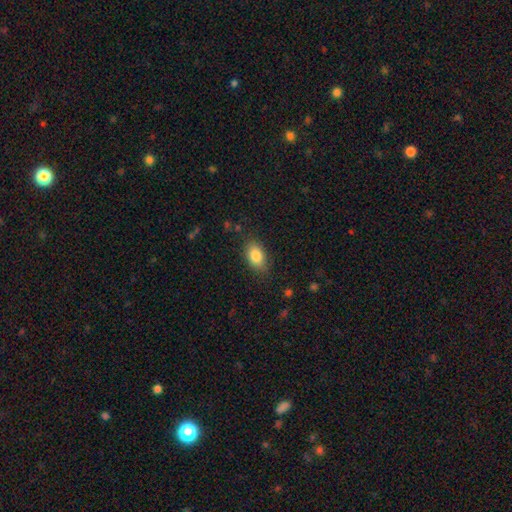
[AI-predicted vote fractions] Morphology: type=smooth (84%); roundness=in between (89%); merging=none (82%).